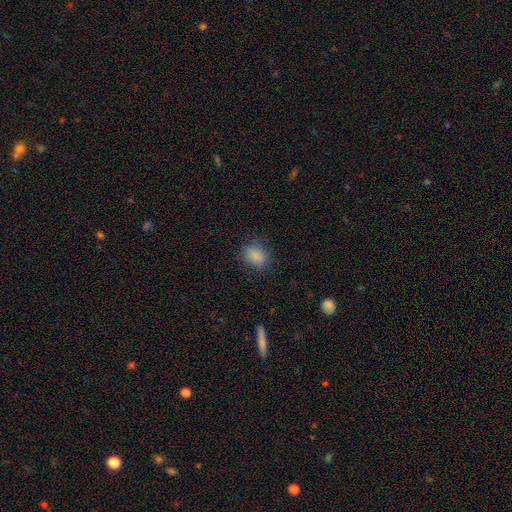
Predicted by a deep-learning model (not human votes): Smooth or featured? Predicted: smooth (p=0.85). How rounded? Predicted: in between (p=0.57). Merging? Predicted: none (p=0.80).